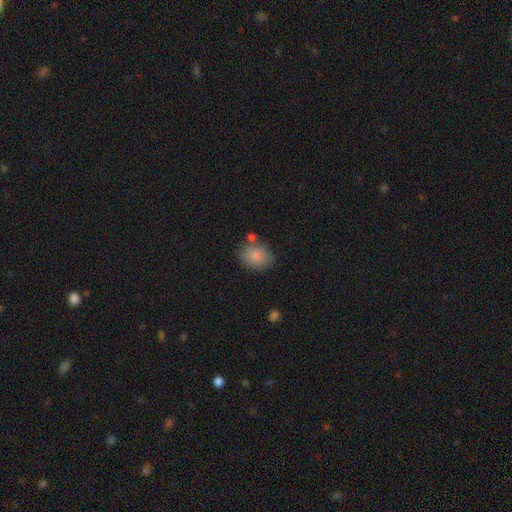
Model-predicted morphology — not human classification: This appears to be a smooth galaxy with no disk features (85%) that is round (52%). Merging: none (71%).